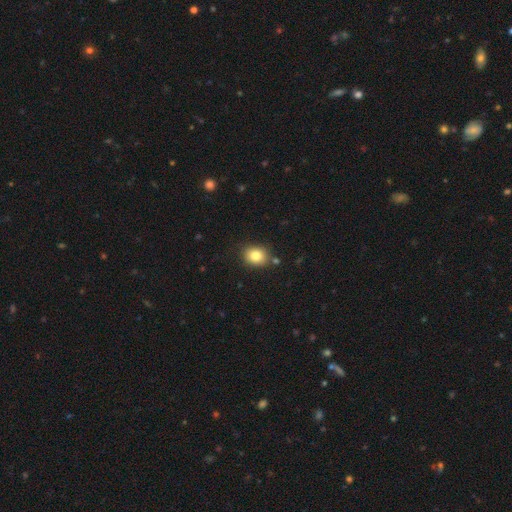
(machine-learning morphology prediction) Overall: smooth (83%). How rounded: round (58%; in between 42%). Merging: none (80%).